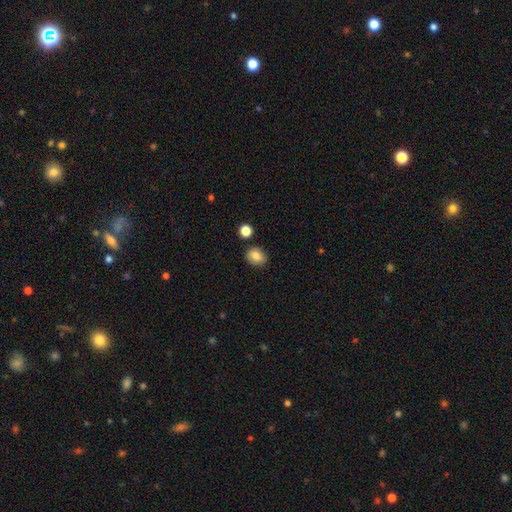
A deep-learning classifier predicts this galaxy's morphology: A smooth galaxy with no disk features (82%) that is round (62%). Merging: none (84%).